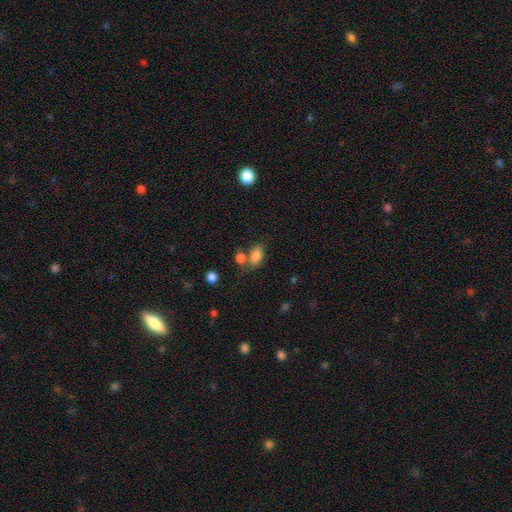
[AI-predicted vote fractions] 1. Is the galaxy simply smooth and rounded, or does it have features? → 84% smooth, 10% star or artifact, 7% featured or disk.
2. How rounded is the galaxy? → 88% in between, 10% round, 2% cigar-shaped.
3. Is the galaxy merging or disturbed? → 54% none, 25% merger, 15% minor disturbance, 6% major disturbance.